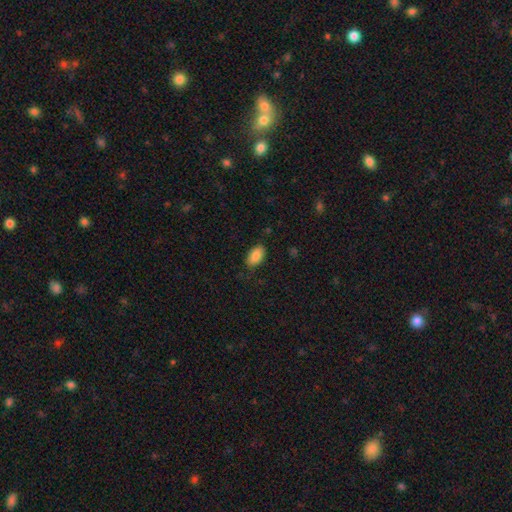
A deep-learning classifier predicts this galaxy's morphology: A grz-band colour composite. It shows a smooth galaxy with no disk features (88%) that is in between round and cigar-shaped (94%). Merging: none (82%).